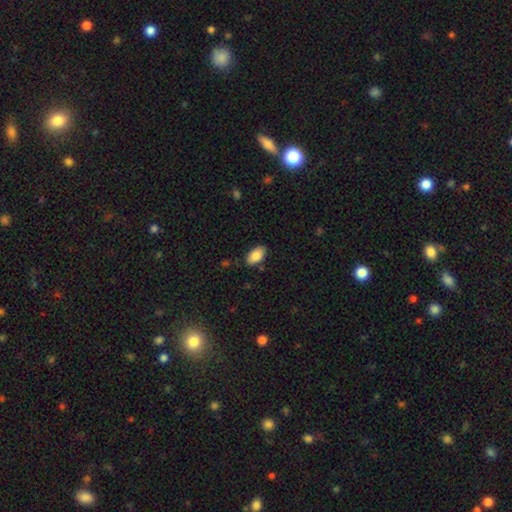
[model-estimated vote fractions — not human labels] A smooth galaxy with no disk features (87%) that is in between round and cigar-shaped (94%).

Vote fractions:
- Smooth or featured? smooth: 87% / star or artifact: 7% / featured or disk: 6%
- How rounded? in between: 94% / round: 4% / cigar-shaped: 2%
- Merging? none: 84% / minor disturbance: 12% / major disturbance: 2% / merger: 2%